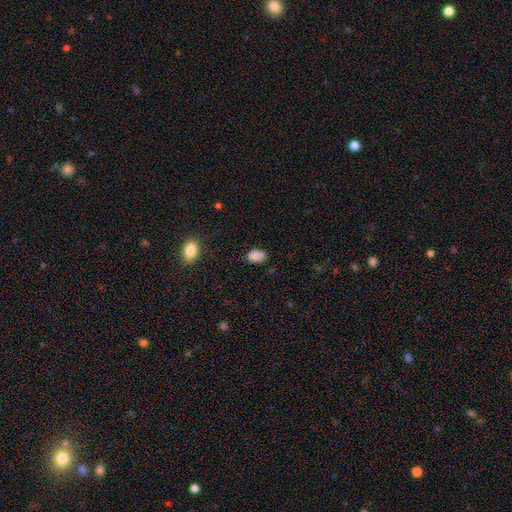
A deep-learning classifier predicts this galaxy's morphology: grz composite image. It shows a smooth galaxy with no disk features (86%) that is in between round and cigar-shaped (86%). Merging: none (78%).